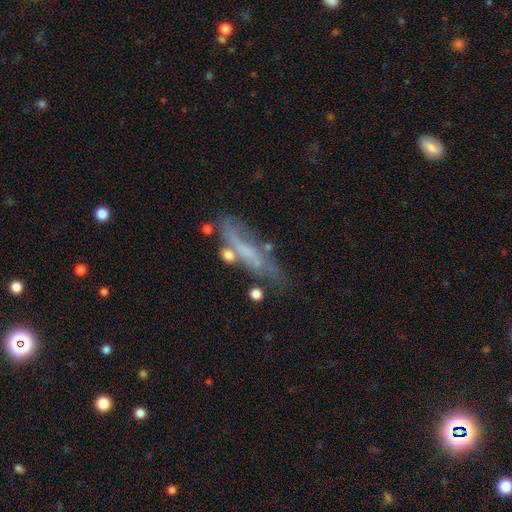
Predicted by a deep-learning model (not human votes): The model was most divided on "edge-on disk": no: 56%, yes: 44%. Remaining: smooth or featured — featured or disk (52%); merging — none (44%).